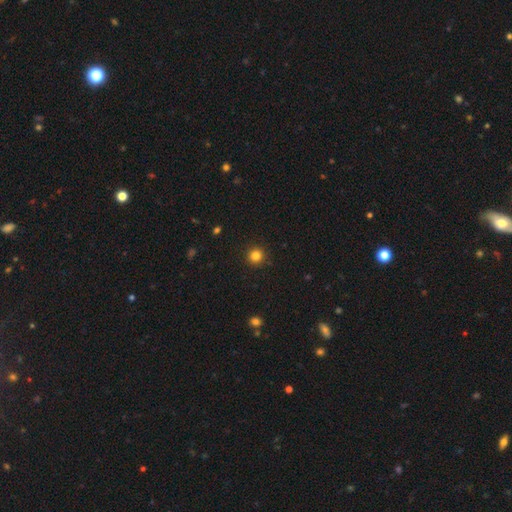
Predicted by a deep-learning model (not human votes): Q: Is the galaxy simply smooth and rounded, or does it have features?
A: smooth — 83%.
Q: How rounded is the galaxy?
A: round — 95%.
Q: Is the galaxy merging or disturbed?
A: none — 92%.